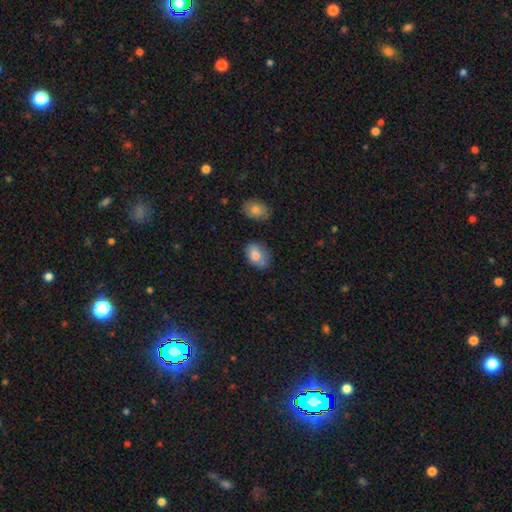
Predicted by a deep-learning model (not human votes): Morphology: type=smooth (79%); roundness=in between (75%); merging=none (68%).